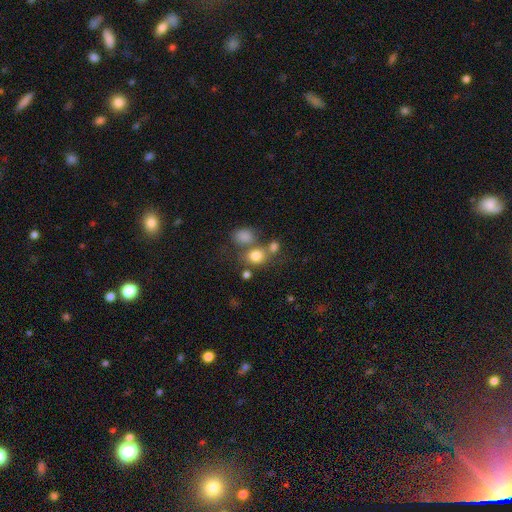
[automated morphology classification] Smooth or featured? Predicted: smooth (p=0.77). How rounded? Predicted: round (p=0.66). Merging? Predicted: none (p=0.52).